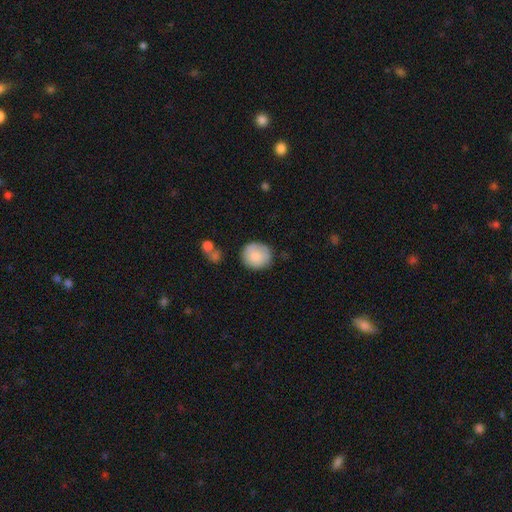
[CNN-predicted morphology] Smooth or featured: smooth — 84% (featured or disk — 9%)
How rounded: round — 82% (in between — 18%)
Merging: none — 74% (minor disturbance — 18%)